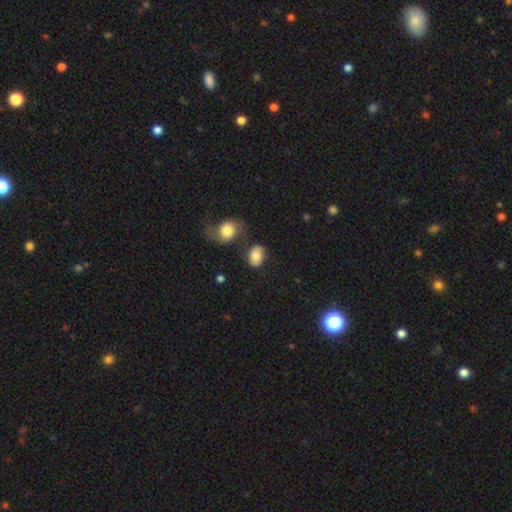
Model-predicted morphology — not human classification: Smooth or featured?
  - smooth: 74% *
  - featured or disk: 18%
  - star or artifact: 9%
How rounded?
  - in between: 79% *
  - round: 20%
  - cigar-shaped: 1%
Merging?
  - none: 61% *
  - minor disturbance: 18%
  - merger: 13%
  - major disturbance: 8%